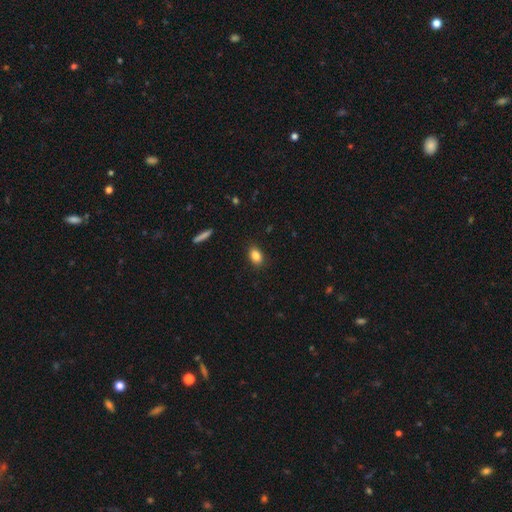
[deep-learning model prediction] Morphology: type=smooth (85%); roundness=in between (81%); merging=none (87%).